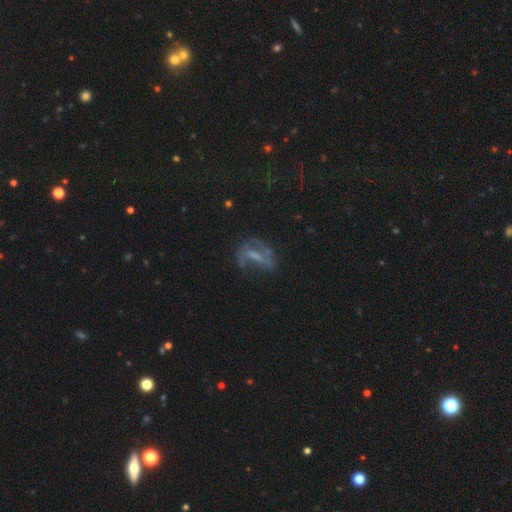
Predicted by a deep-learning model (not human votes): Q: Smooth or featured?
A: featured or disk (56%); runner-up: smooth (24%)
Q: Edge-on disk?
A: no (92%); runner-up: yes (8%)
Q: Bar?
A: weak (36%); runner-up: no (35%)
Q: Spiral arms?
A: yes (54%); runner-up: no (46%)
Q: Bulge size?
A: none (42%); runner-up: small (28%)
Q: Merging?
A: none (43%); runner-up: major disturbance (32%)